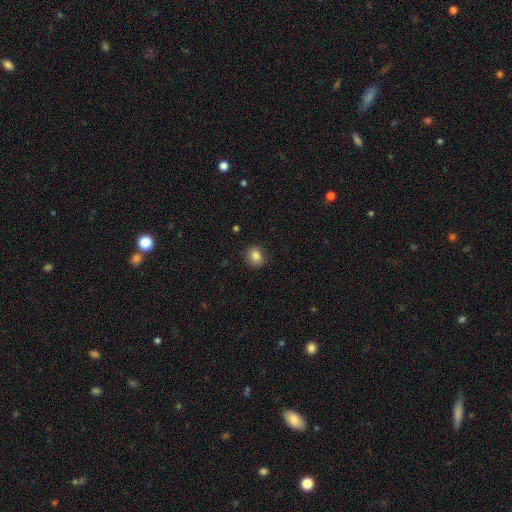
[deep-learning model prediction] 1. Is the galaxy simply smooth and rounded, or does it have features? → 84% smooth, 10% star or artifact, 6% featured or disk.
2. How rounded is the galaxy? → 68% round, 31% in between, 1% cigar-shaped.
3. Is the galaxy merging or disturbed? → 89% none, 8% minor disturbance, 2% major disturbance, 1% merger.